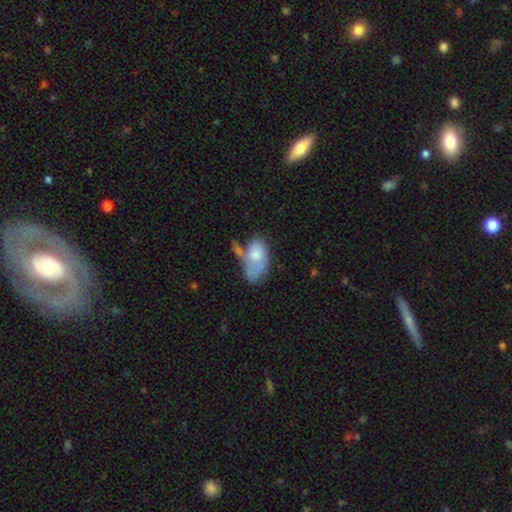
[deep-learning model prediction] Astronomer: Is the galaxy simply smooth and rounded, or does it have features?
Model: smooth — 65%.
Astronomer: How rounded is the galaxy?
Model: in between — 92%.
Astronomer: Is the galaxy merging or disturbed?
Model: merger — 27% (runner-up: none, 26%).